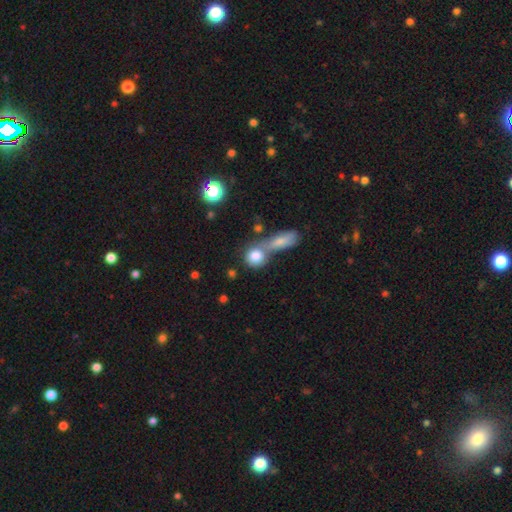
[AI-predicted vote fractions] The model was most divided on "merging": merger: 48%, none: 38%, minor disturbance: 9%, major disturbance: 5%. More confident: smooth or featured — smooth (80%); how rounded — round (70%).